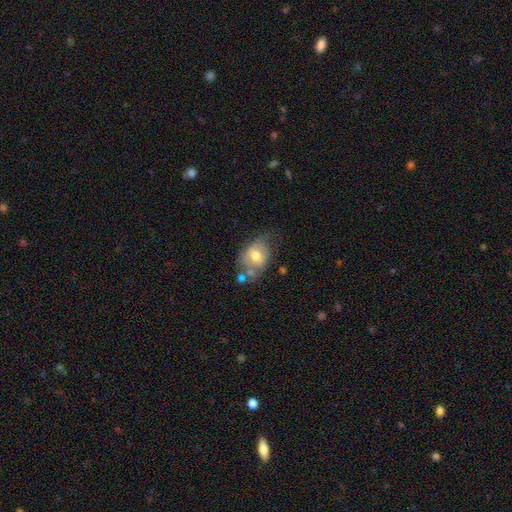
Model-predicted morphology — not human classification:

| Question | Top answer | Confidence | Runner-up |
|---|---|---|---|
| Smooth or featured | smooth | 54% | featured or disk (38%) |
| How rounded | in between | 67% | round (32%) |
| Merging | none | 39% | minor disturbance (29%) |